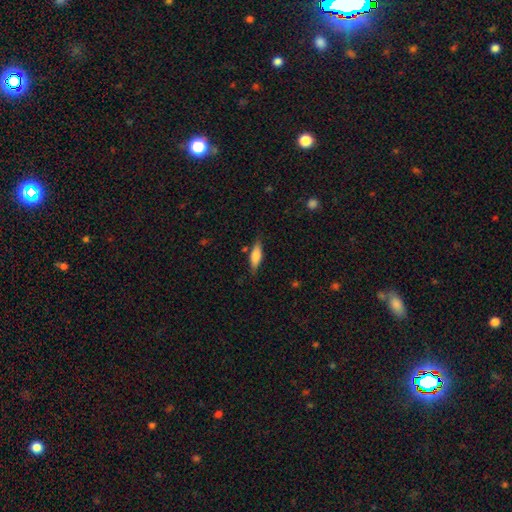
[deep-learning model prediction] Smooth or featured: smooth — 73% (featured or disk — 21%)
How rounded: in between — 53% (cigar-shaped — 45%)
Merging: none — 78% (minor disturbance — 16%)